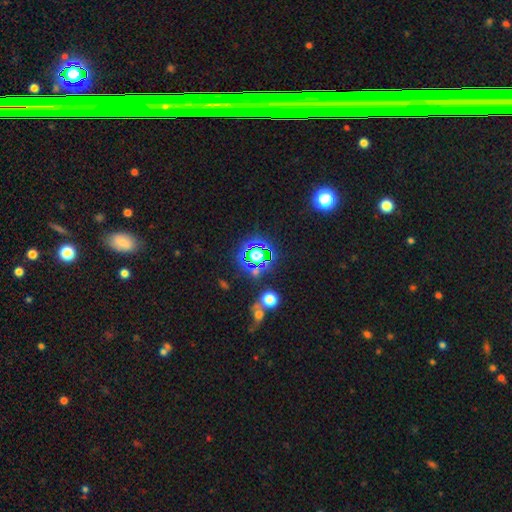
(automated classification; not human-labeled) Q: Smooth or featured?
A: star or artifact (64%); runner-up: smooth (24%)